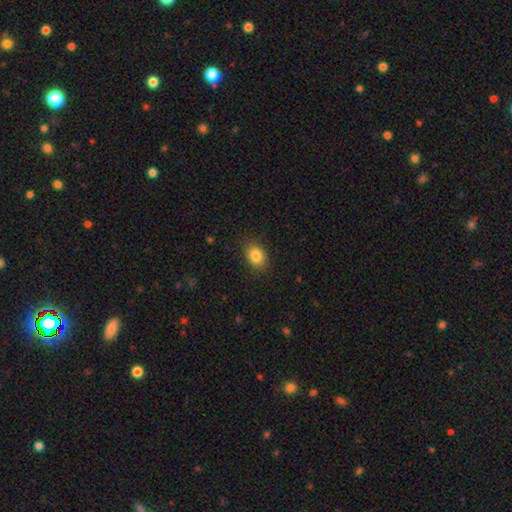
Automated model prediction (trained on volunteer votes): This appears to be a smooth galaxy with no disk features (85%) that is in between round and cigar-shaped (76%). Merging: none (86%).